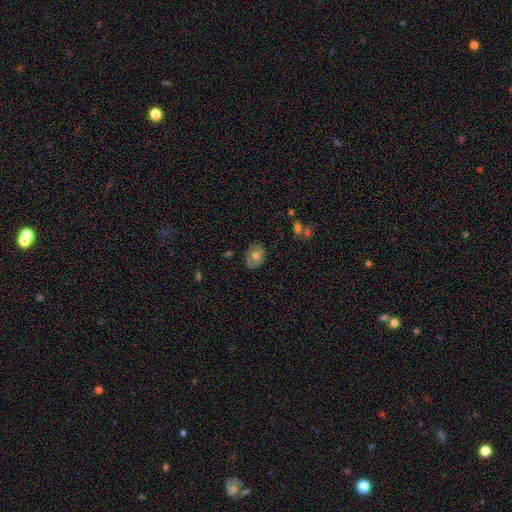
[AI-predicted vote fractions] Q: Smooth or featured?
A: smooth (62%); runner-up: featured or disk (30%)
Q: How rounded?
A: in between (51%); runner-up: round (48%)
Q: Merging?
A: none (80%); runner-up: minor disturbance (16%)